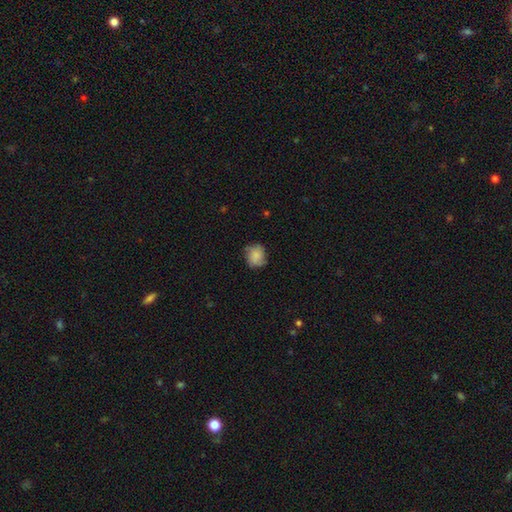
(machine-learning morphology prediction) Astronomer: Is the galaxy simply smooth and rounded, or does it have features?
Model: smooth — 76%.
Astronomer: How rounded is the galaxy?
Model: round — 72%.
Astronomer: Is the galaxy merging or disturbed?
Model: none — 71%.